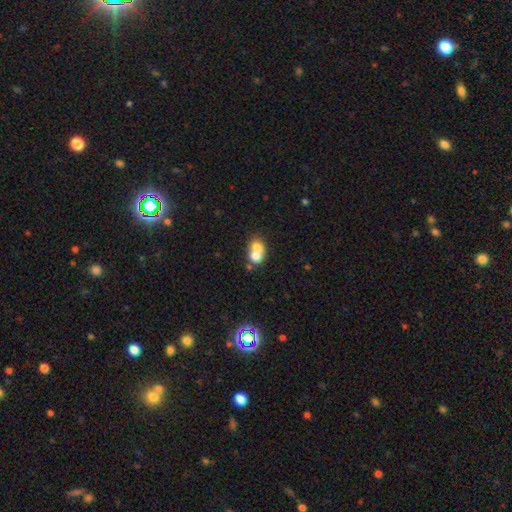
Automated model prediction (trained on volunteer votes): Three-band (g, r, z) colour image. It shows a smooth galaxy with no disk features (69%) that is round (59%). Merging: merger (70%).